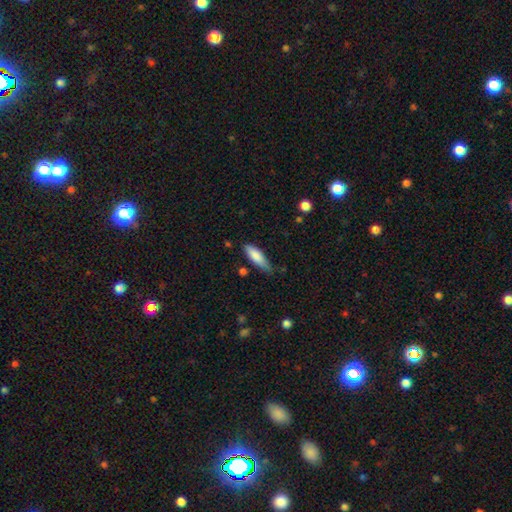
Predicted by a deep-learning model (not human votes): Smooth or featured? Predicted: smooth (p=0.83). How rounded? Predicted: cigar-shaped (p=0.51). Merging? Predicted: none (p=0.61).